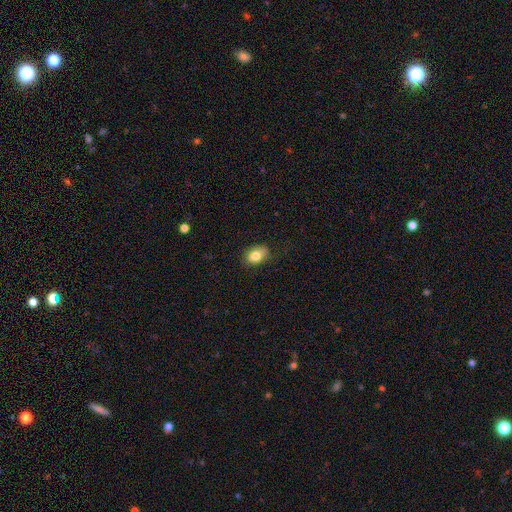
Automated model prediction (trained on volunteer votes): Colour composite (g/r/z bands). It shows a smooth galaxy with no disk features (81%) that is in between round and cigar-shaped (66%). Merging: none (72%).